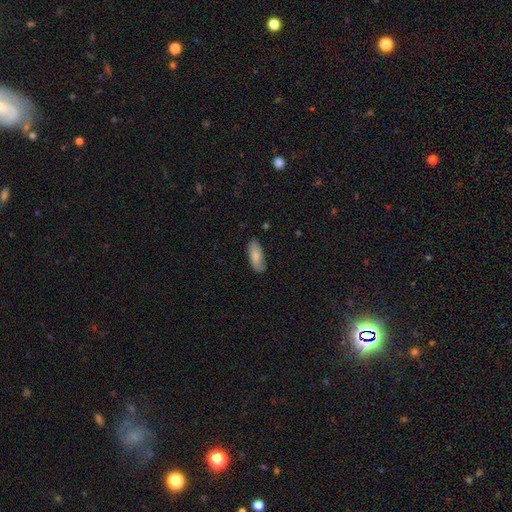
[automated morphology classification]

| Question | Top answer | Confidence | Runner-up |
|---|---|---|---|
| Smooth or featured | smooth | 78% | featured or disk (16%) |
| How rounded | in between | 81% | cigar-shaped (17%) |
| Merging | none | 78% | minor disturbance (17%) |